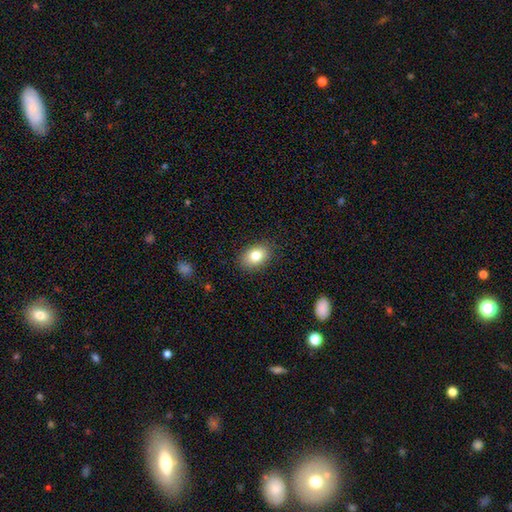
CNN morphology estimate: This appears to be a smooth galaxy with no disk features (81%) that is in between round and cigar-shaped (79%). Merging: none (86%).